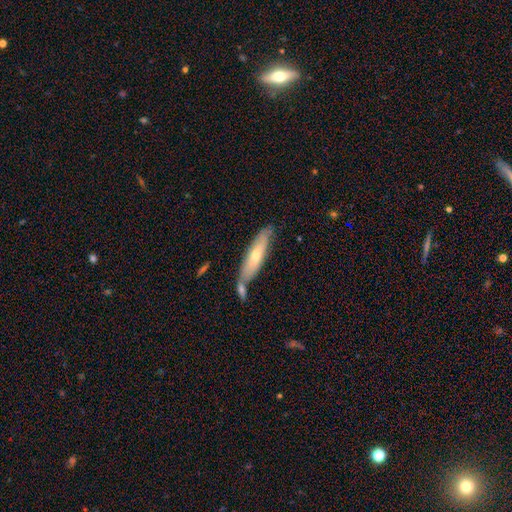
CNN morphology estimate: This is possibly a smooth galaxy (52%). How rounded: likely cigar-shaped (74%). Merging: likely none (62%).